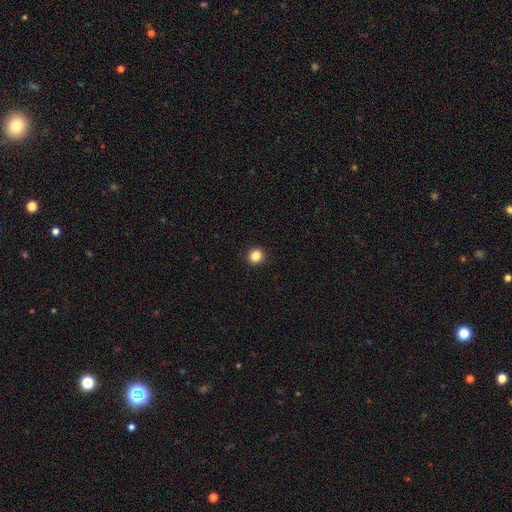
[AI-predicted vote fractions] A smooth galaxy with no disk features (85%) that is round (93%). Merging: none (93%).